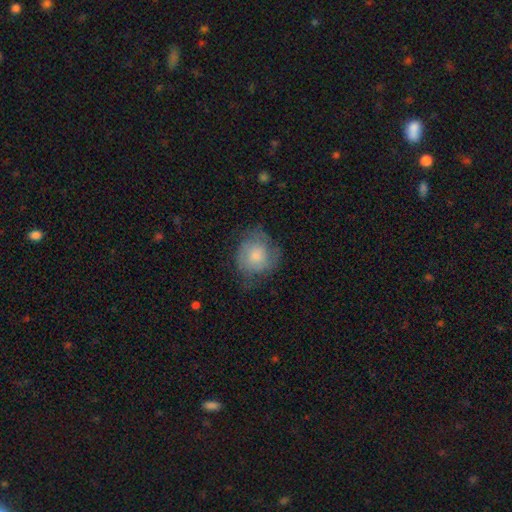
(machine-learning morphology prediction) This is likely a smooth galaxy (62%). How rounded: likely round (77%). Merging: possibly none (53%).